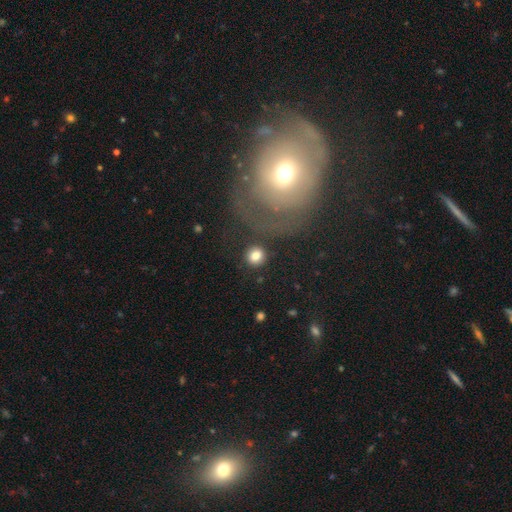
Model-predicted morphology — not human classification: This is clearly a smooth galaxy (82%). How rounded: clearly round (92%). Merging: clearly none (86%).